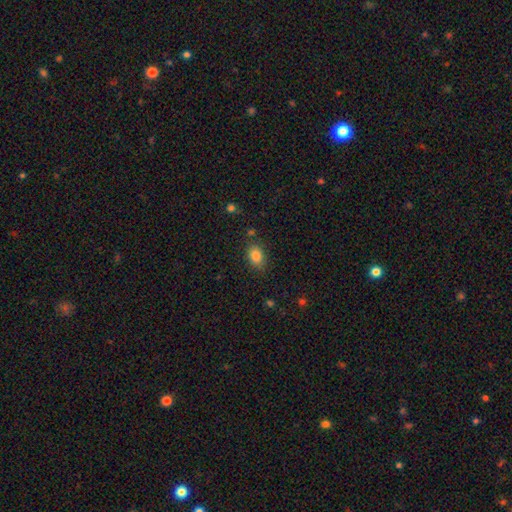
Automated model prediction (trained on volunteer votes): A smooth galaxy with no disk features (85%) that is in between round and cigar-shaped (77%). Merging: none (81%).